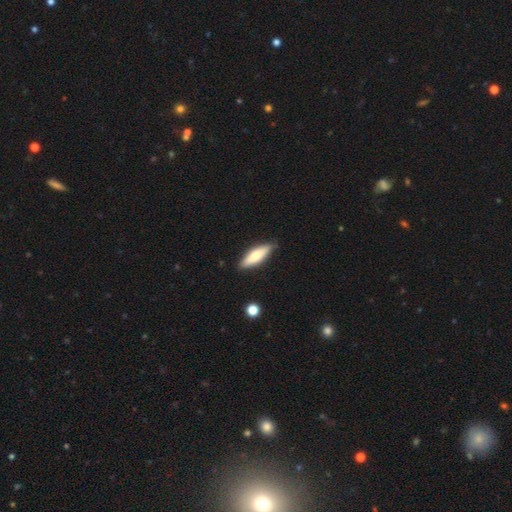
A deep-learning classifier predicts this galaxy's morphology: type=smooth (66%); roundness=cigar-shaped (54%); merging=none (86%).